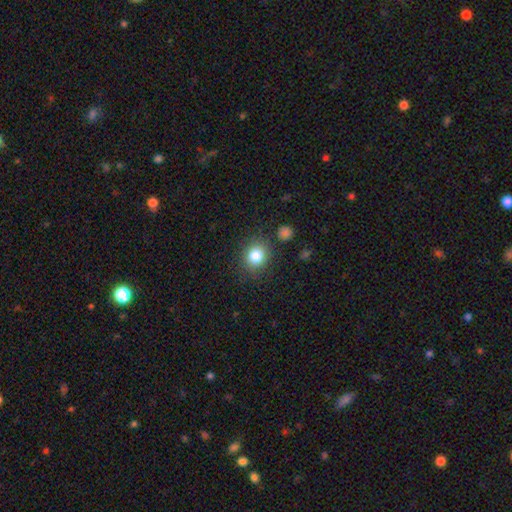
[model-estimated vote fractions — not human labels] Smooth or featured?
  - smooth: 82% *
  - star or artifact: 11%
  - featured or disk: 7%
How rounded?
  - round: 78% *
  - in between: 21%
  - cigar-shaped: 1%
Merging?
  - none: 83% *
  - minor disturbance: 10%
  - major disturbance: 4%
  - merger: 3%